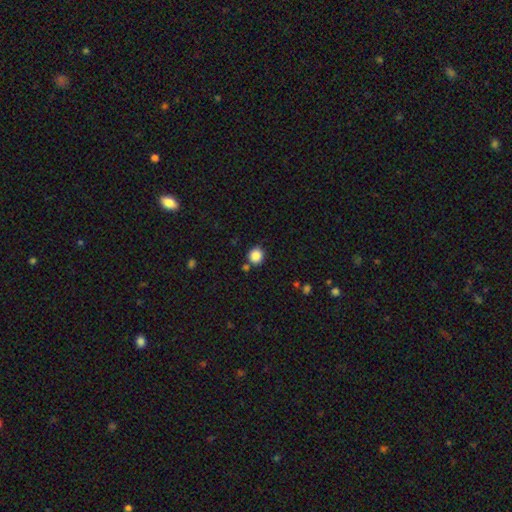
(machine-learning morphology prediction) Smooth or featured: smooth — 86% (star or artifact — 10%)
How rounded: round — 90% (in between — 9%)
Merging: none — 82% (minor disturbance — 9%)